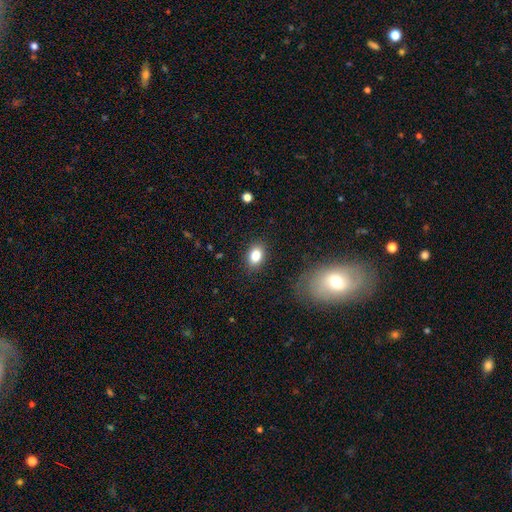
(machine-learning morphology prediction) A smooth galaxy with no disk features (84%) that is in between round and cigar-shaped (80%).

Vote fractions:
- Smooth or featured? smooth: 84% / star or artifact: 9% / featured or disk: 7%
- How rounded? in between: 80% / round: 18% / cigar-shaped: 1%
- Merging? none: 86% / minor disturbance: 10% / major disturbance: 3% / merger: 1%